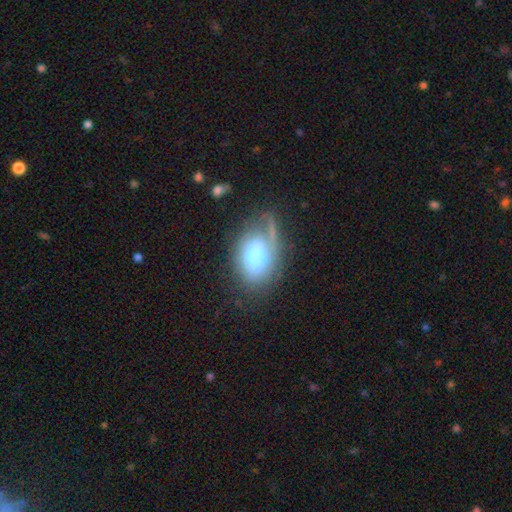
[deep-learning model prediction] smooth_or_featured: smooth (p=0.53) [alt: featured or disk p=0.38]
how_rounded: in between (p=0.78) [alt: round p=0.20]
merging: none (p=0.43) [alt: minor disturbance p=0.27]